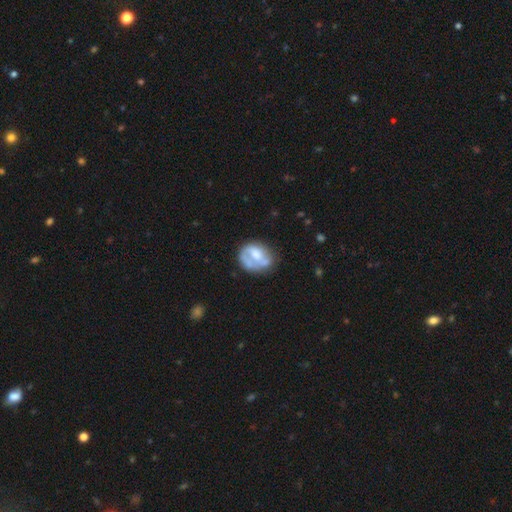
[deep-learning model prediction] Smooth or featured? featured or disk (51%)
Edge-on disk? no (98%)
Merging? none (45%)